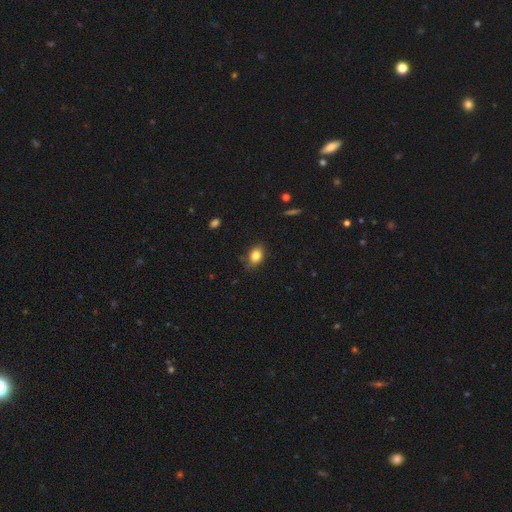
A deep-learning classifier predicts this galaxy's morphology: Smooth or featured: smooth — 83% (star or artifact — 9%)
How rounded: in between — 76% (round — 22%)
Merging: none — 79% (minor disturbance — 16%)